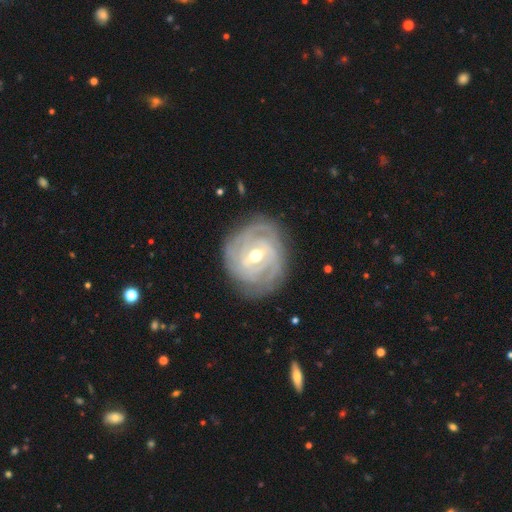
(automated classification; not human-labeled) Smooth or featured? Predicted: featured or disk (p=0.88). Edge-on disk? Predicted: no (p=0.97). Bar? Predicted: weak (p=0.51). Spiral arms? Predicted: yes (p=0.96). Spiral winding? Predicted: tight (p=0.78). Spiral arm count? Predicted: can't tell (p=0.27). Bulge size? Predicted: moderate (p=0.64). Merging? Predicted: none (p=0.81).